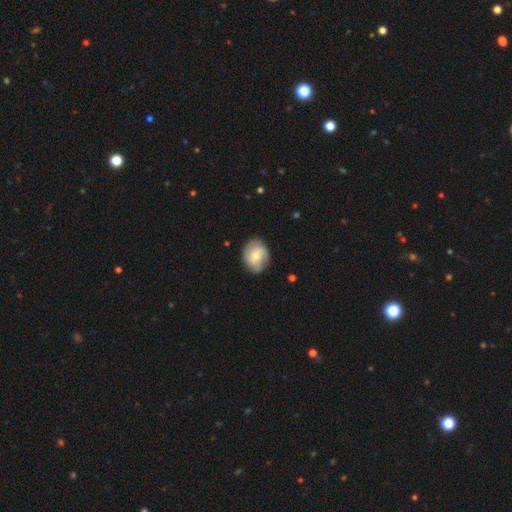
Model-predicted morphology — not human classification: Smooth or featured: smooth — 54% (featured or disk — 39%)
How rounded: round — 56% (in between — 43%)
Merging: none — 74% (minor disturbance — 20%)